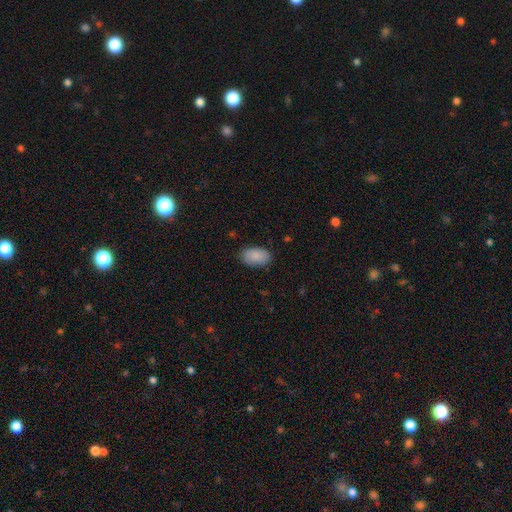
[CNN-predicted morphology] smooth-or-featured: smooth: 89% | star or artifact: 6% | featured or disk: 5%
  how-rounded: in between: 93% | round: 5% | cigar-shaped: 1%
  merging: none: 84% | minor disturbance: 12% | major disturbance: 3% | merger: 1%